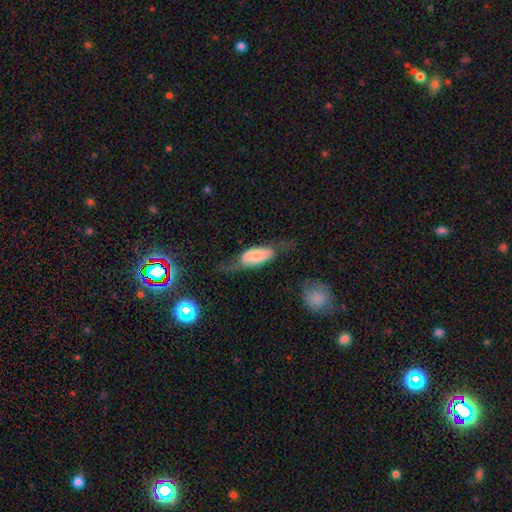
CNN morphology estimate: This is likely a smooth galaxy (61%). How rounded: likely in between (78%). Merging: marginally none (39%).